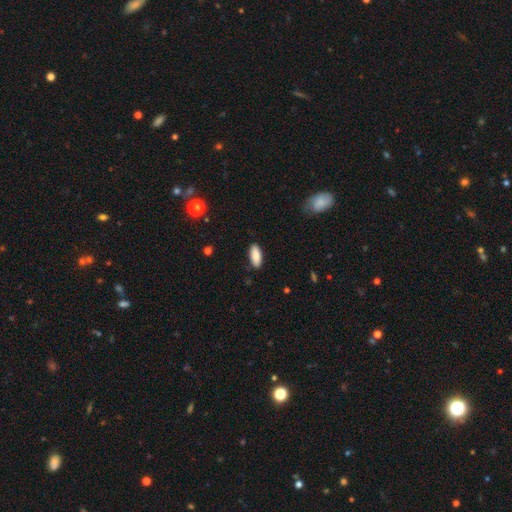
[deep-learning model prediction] A smooth galaxy with no disk features (88%) that is in between round and cigar-shaped (83%). Merging: none (87%).